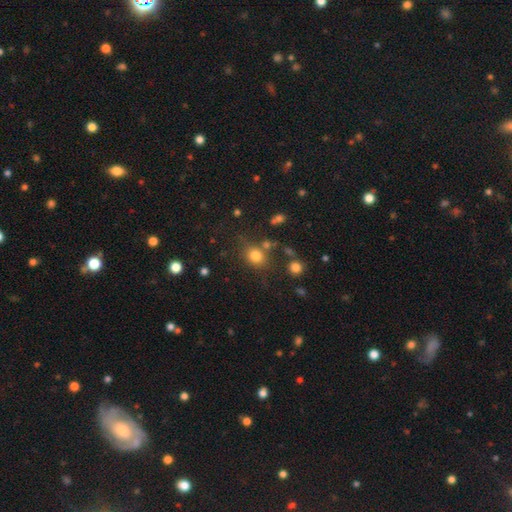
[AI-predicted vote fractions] smooth_or_featured: smooth (p=0.78) [alt: star or artifact p=0.14]
how_rounded: round (p=0.66) [alt: in between p=0.33]
merging: none (p=0.70) [alt: minor disturbance p=0.14]